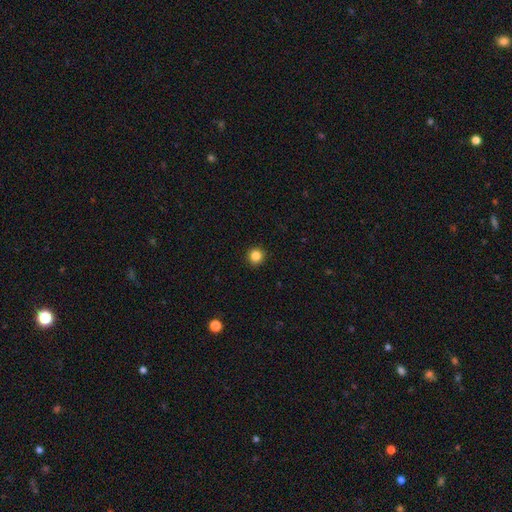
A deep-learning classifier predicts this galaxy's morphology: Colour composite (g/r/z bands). It shows a smooth galaxy with no disk features (85%) that is round (94%). Merging: none (92%).